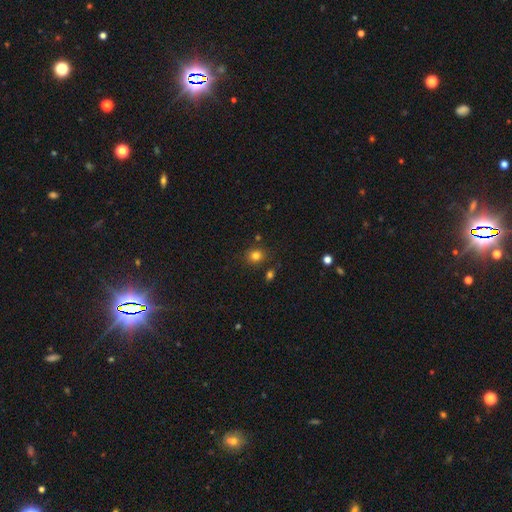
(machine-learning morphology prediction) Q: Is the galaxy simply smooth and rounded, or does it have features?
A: smooth — 80%.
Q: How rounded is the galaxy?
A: round — 71%.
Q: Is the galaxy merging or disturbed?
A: none — 81%.